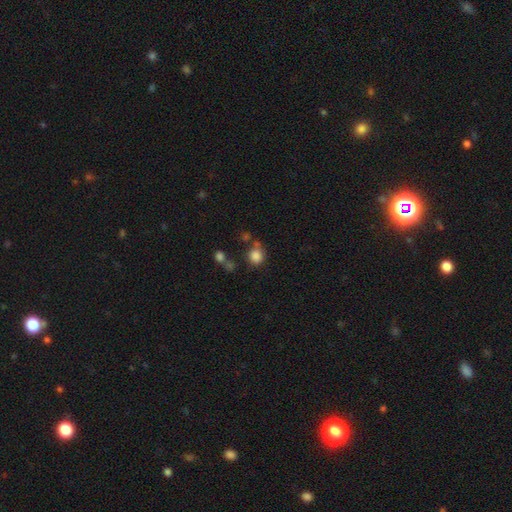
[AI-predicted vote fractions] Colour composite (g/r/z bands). It shows a smooth galaxy with no disk features (84%) that is round (82%). Merging: none (65%).